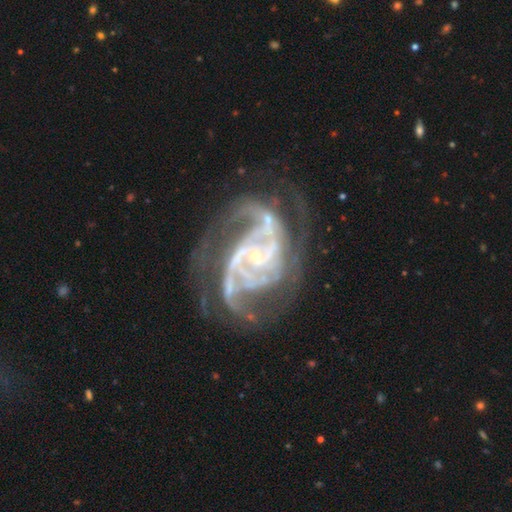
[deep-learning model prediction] Smooth or featured? Predicted: featured or disk (p=0.91). Edge-on disk? Predicted: no (p=0.98). Bar? Predicted: no (p=0.53). Spiral arms? Predicted: yes (p=0.98). Spiral winding? Predicted: medium (p=0.48). Spiral arm count? Predicted: 3 (p=0.33). Bulge size? Predicted: small (p=0.84). Merging? Predicted: none (p=0.56).